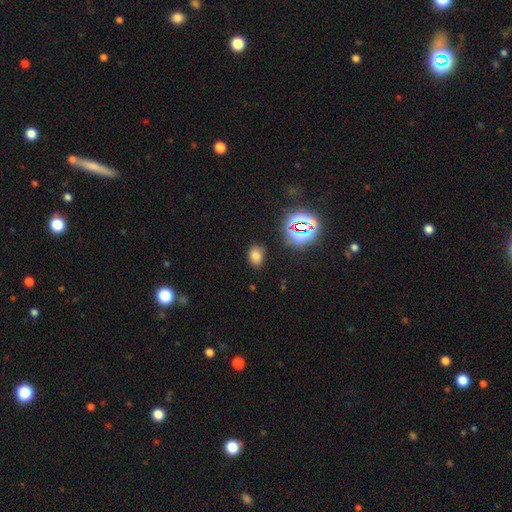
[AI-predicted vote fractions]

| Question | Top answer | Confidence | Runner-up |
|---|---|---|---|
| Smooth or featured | smooth | 70% | star or artifact (22%) |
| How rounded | in between | 72% | round (27%) |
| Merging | none | 83% | minor disturbance (12%) |